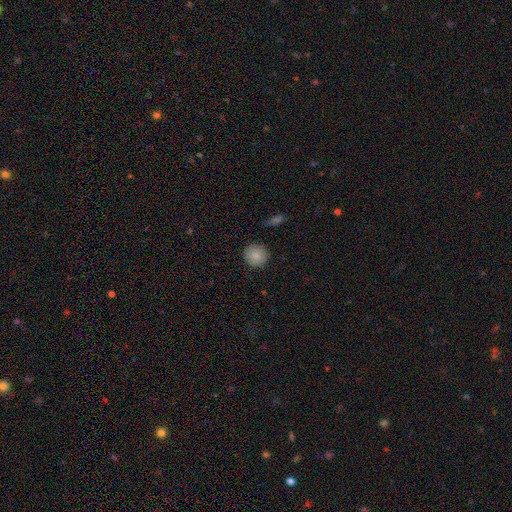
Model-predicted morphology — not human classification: Smooth or featured? smooth (87%)
How rounded? round (92%)
Merging? none (89%)